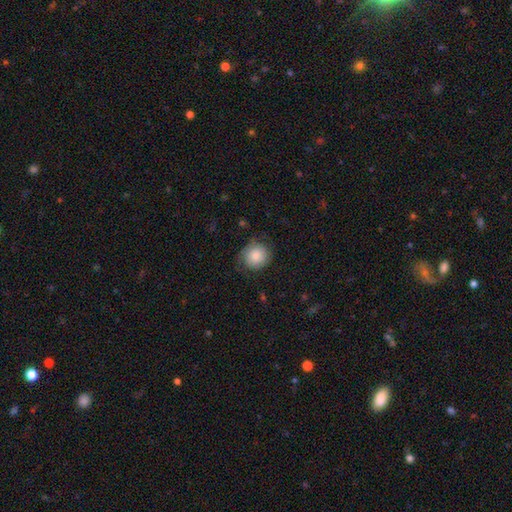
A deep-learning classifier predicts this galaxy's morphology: smooth-or-featured: smooth: 79% | featured or disk: 14% | star or artifact: 7%
  how-rounded: round: 85% | in between: 14% | cigar-shaped: 1%
  merging: none: 67% | minor disturbance: 24% | major disturbance: 8% | merger: 1%